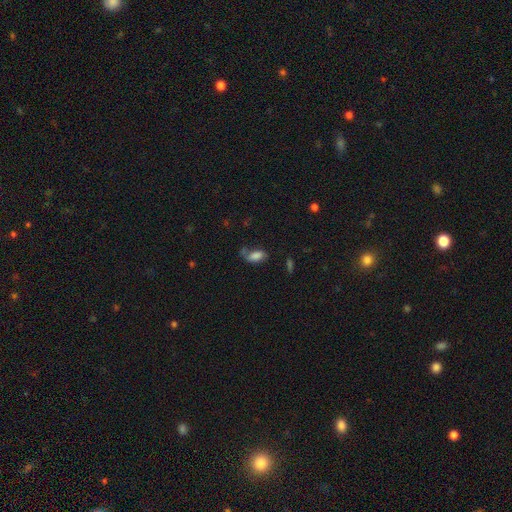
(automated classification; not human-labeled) smooth-or-featured: smooth: 74% | featured or disk: 15% | star or artifact: 11%
  how-rounded: in between: 90% | round: 5% | cigar-shaped: 5%
  merging: none: 43% | minor disturbance: 26% | major disturbance: 20% | merger: 10%